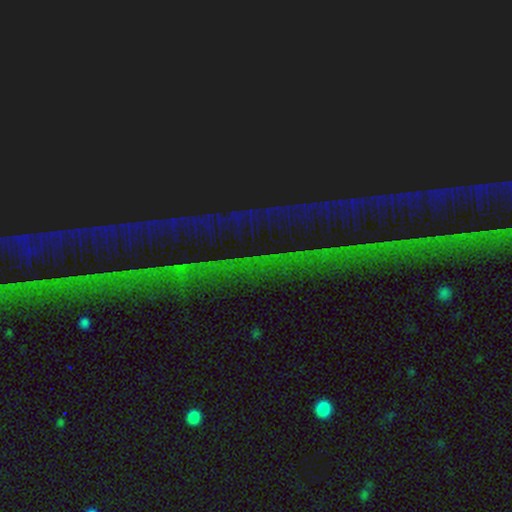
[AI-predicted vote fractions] Smooth or featured? star or artifact (87%)